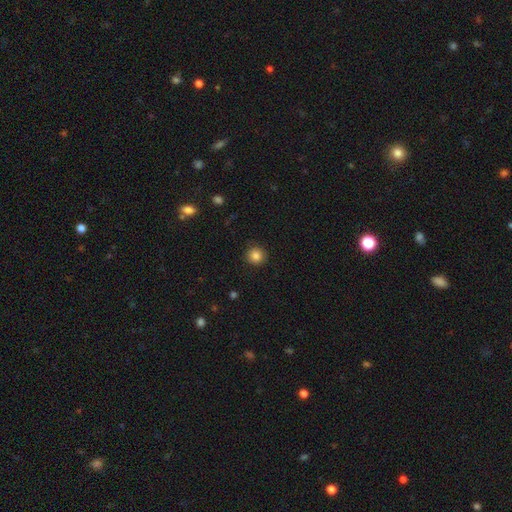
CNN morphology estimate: Smooth or featured: smooth — 85% (star or artifact — 10%)
How rounded: round — 94% (in between — 5%)
Merging: none — 91% (minor disturbance — 6%)